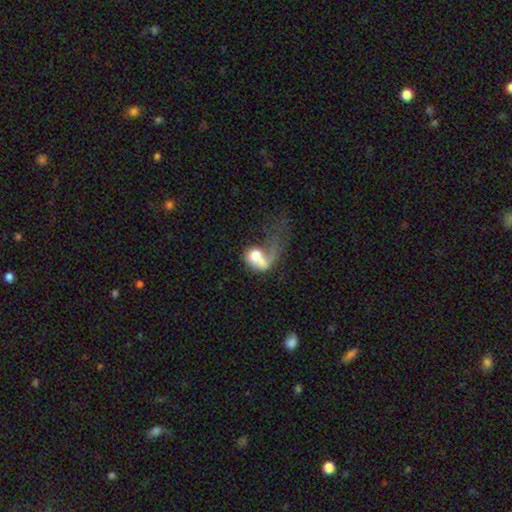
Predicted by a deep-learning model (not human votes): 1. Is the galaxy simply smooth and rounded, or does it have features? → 53% smooth, 38% featured or disk, 8% star or artifact.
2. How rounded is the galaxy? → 52% in between, 46% round, 2% cigar-shaped.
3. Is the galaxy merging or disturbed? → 45% major disturbance, 32% merger, 13% none, 10% minor disturbance.